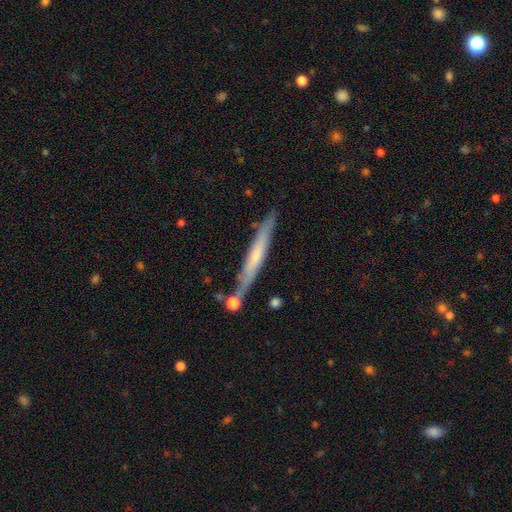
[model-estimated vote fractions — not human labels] Smooth or featured? featured or disk (49%)
Merging? none (78%)